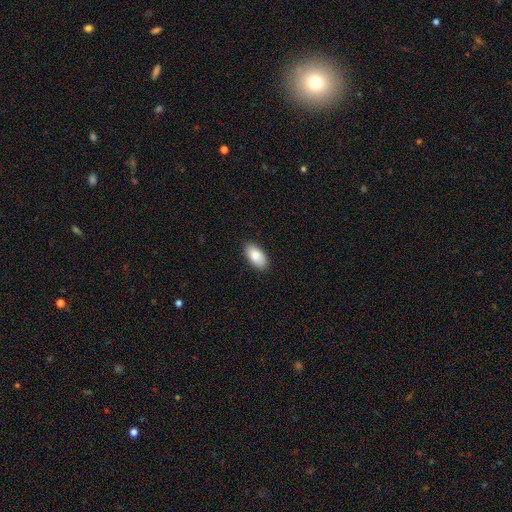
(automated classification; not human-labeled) Smooth or featured? Predicted: smooth (p=0.85). How rounded? Predicted: in between (p=0.94). Merging? Predicted: none (p=0.87).